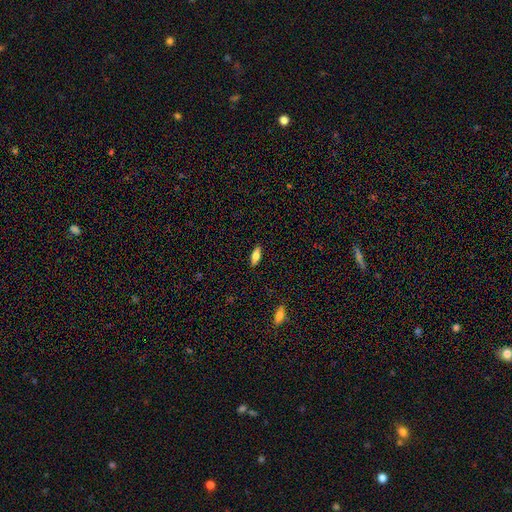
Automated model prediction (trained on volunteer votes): smooth 68%, featured or disk 25%, star or artifact 7%. Down the decision tree: how rounded — in between (71%); merging — none (89%).